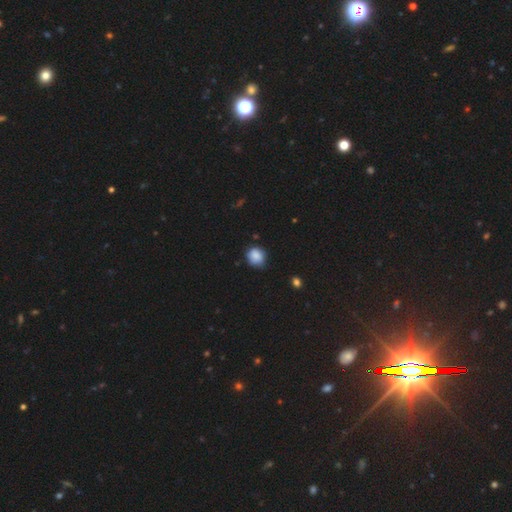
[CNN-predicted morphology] smooth_or_featured: smooth (p=0.85) [alt: star or artifact p=0.09]
how_rounded: round (p=0.77) [alt: in between p=0.22]
merging: none (p=0.68) [alt: minor disturbance p=0.26]